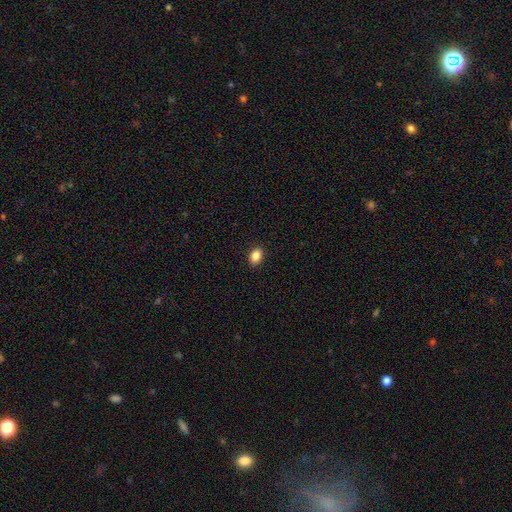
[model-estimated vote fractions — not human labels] This appears to be a smooth galaxy with no disk features (87%) that is in between round and cigar-shaped (76%). Merging: none (90%).